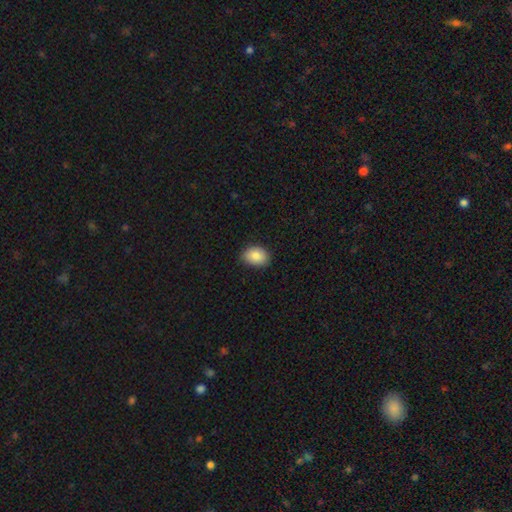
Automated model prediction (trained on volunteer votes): smooth-or-featured: smooth: 86% | star or artifact: 8% | featured or disk: 6%
  how-rounded: in between: 74% | round: 25% | cigar-shaped: 1%
  merging: none: 82% | minor disturbance: 15% | major disturbance: 2% | merger: 1%